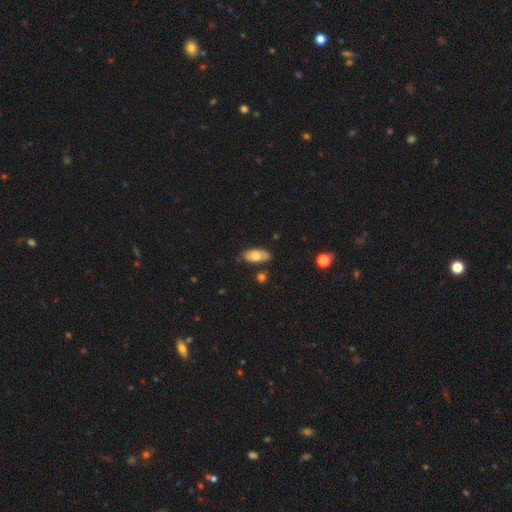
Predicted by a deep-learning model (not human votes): Smooth or featured? smooth (71%)
How rounded? in between (90%)
Merging? none (81%)